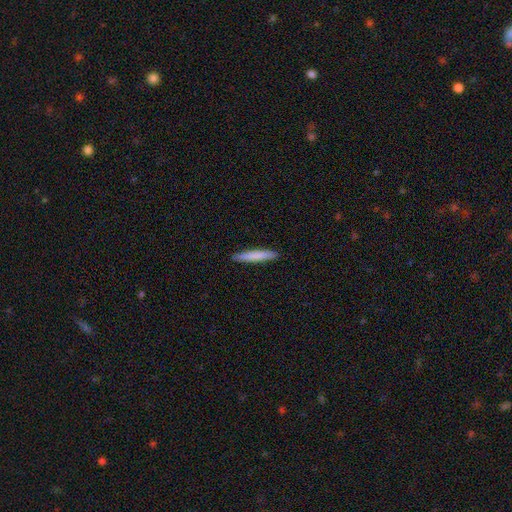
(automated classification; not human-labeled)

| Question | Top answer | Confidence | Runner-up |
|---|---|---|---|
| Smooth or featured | smooth | 79% | featured or disk (15%) |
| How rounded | cigar-shaped | 94% | in between (5%) |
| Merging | none | 91% | minor disturbance (6%) |